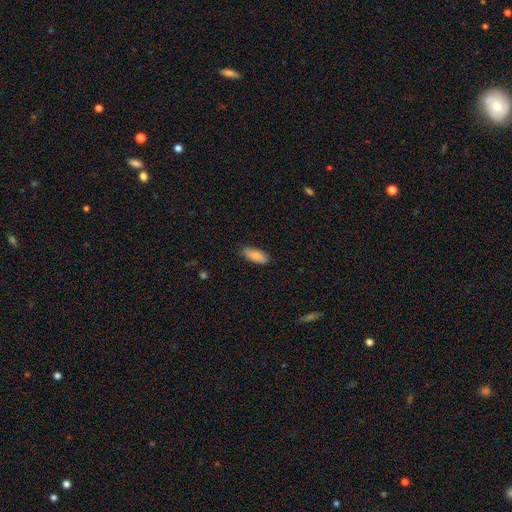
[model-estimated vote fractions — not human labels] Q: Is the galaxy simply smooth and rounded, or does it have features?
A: smooth — 84%.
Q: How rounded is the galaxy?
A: in between — 82%.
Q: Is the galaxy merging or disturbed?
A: none — 83%.